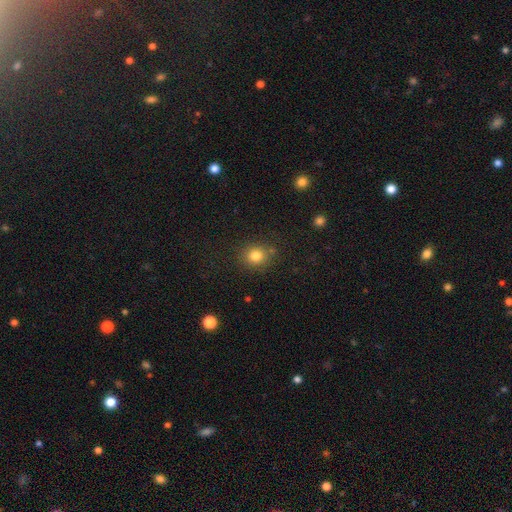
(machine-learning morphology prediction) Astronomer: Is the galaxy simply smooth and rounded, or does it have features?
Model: smooth — 81%.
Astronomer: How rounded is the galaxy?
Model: round — 81%.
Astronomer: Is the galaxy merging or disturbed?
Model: none — 81%.